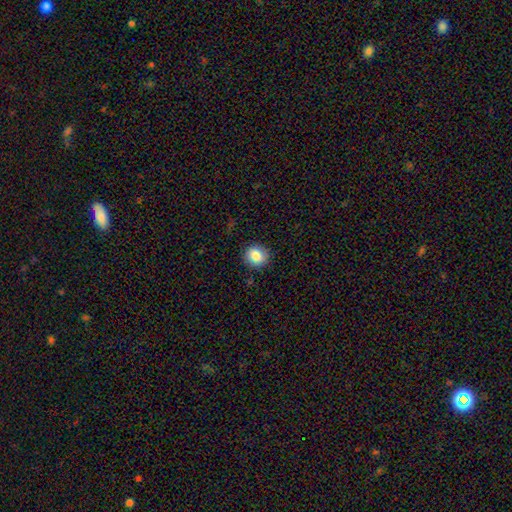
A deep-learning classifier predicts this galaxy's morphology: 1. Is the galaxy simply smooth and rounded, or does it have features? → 85% smooth, 9% star or artifact, 6% featured or disk.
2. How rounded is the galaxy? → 86% round, 13% in between, 1% cigar-shaped.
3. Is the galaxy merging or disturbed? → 89% none, 8% minor disturbance, 2% major disturbance, 1% merger.